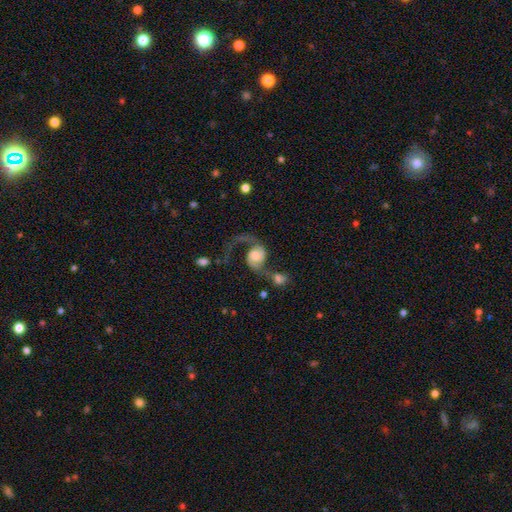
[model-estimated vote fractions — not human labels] This is clearly a featured or disk galaxy (83%). It is clearly not viewed edge-on (98%). Bar: likely no (67%). Spiral arm pattern: clearly yes (95%). Spiral arm count: clearly 2 (84%). Spiral winding: likely loose (71%). Central bulge: marginally large (33%). Merging: marginally merger (34%).